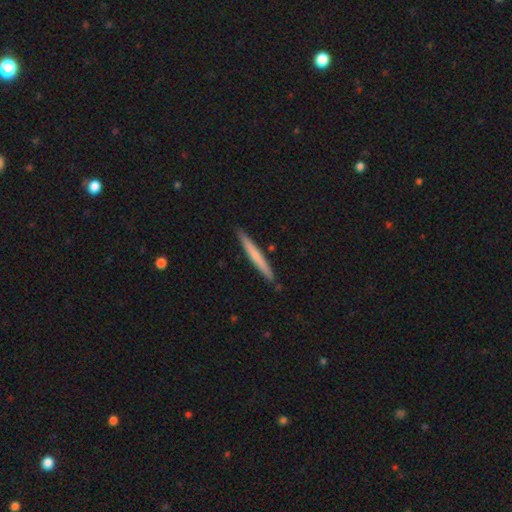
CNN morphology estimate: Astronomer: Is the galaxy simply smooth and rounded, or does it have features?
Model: smooth — 59% (runner-up: featured or disk, 36%).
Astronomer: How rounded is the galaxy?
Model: cigar-shaped — 97%.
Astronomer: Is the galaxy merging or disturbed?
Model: none — 90%.